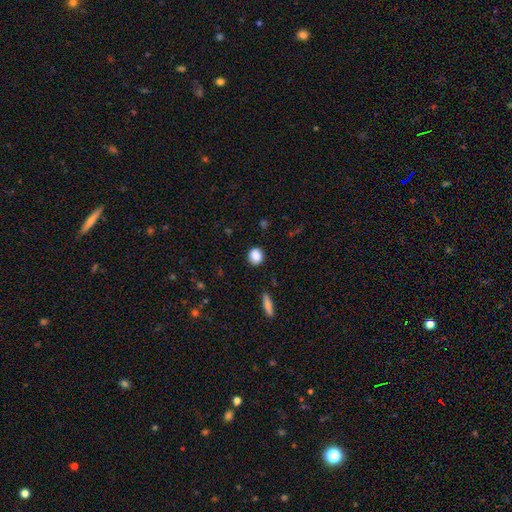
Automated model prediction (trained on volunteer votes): Smooth or featured?
  - smooth: 87% *
  - star or artifact: 9%
  - featured or disk: 4%
How rounded?
  - round: 80% *
  - in between: 18%
  - cigar-shaped: 1%
Merging?
  - none: 89% *
  - minor disturbance: 7%
  - major disturbance: 2%
  - merger: 1%